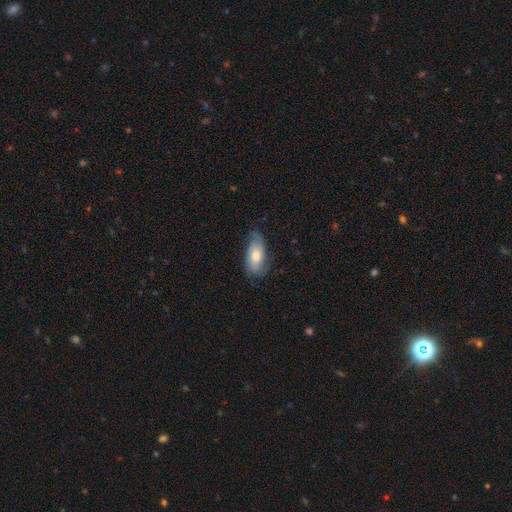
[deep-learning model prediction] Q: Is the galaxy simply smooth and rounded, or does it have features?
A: smooth — 56%.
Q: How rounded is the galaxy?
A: in between — 87%.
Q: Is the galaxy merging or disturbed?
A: none — 63%.